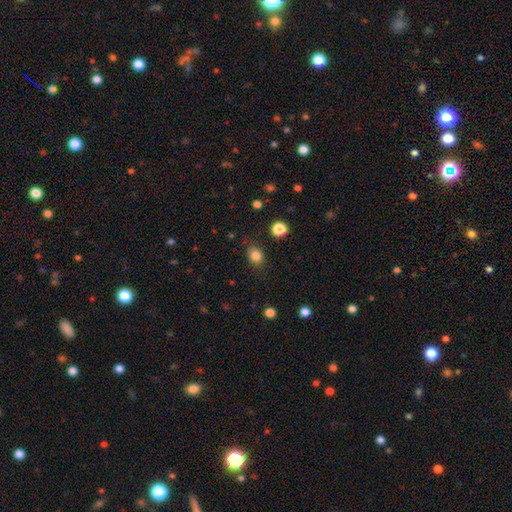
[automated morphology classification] The model was most divided on "how rounded": round: 51%, in between: 48%, cigar-shaped: 1%. More confident: smooth or featured — smooth (83%); merging — none (81%).